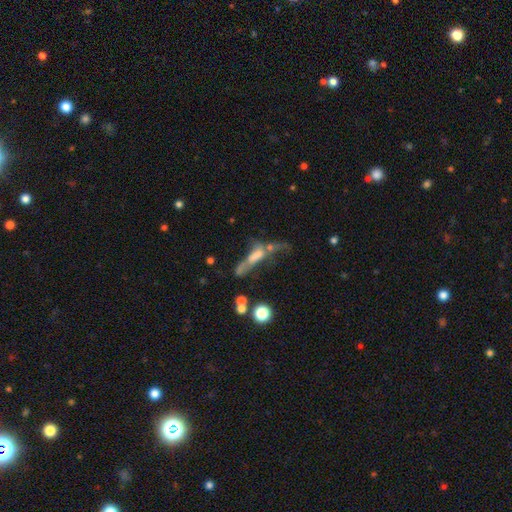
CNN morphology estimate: Q: Smooth or featured?
A: featured or disk (50%); runner-up: smooth (32%)
Q: Merging?
A: major disturbance (35%); runner-up: merger (30%)